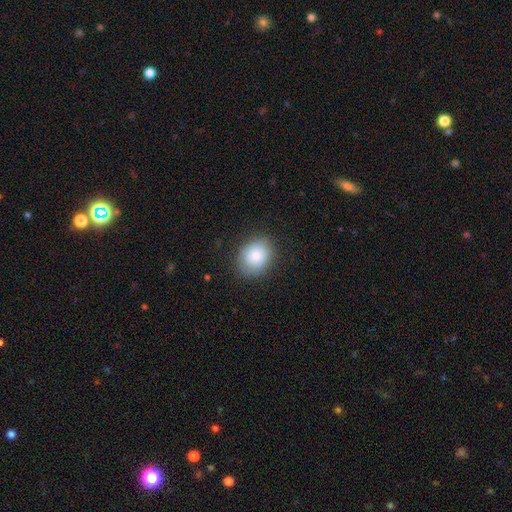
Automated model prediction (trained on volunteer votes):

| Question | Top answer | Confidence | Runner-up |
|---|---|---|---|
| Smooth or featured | smooth | 85% | featured or disk (8%) |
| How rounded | round | 53% | in between (46%) |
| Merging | none | 80% | minor disturbance (15%) |